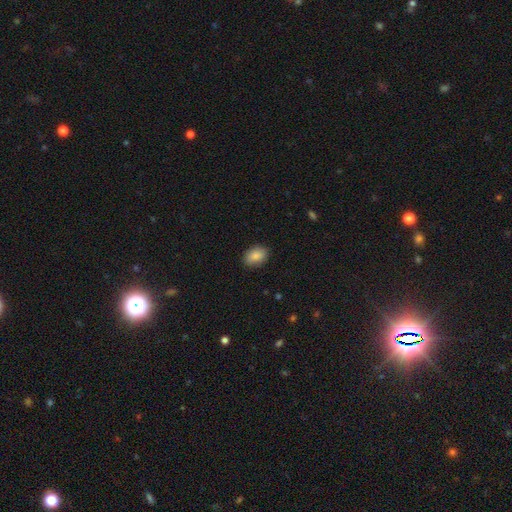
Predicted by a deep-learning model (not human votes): This appears to be a smooth galaxy with no disk features (88%) that is in between round and cigar-shaped (82%). Merging: none (87%).